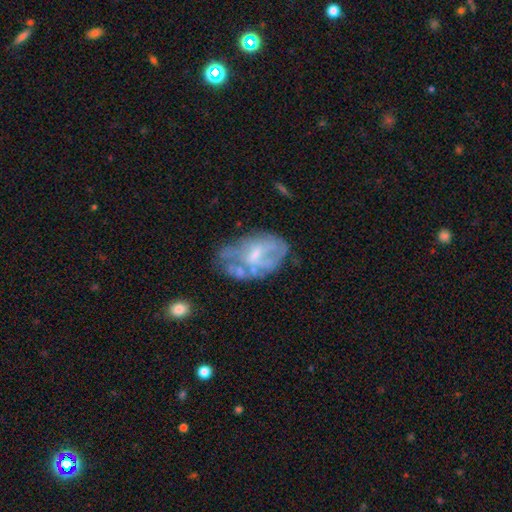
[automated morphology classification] type=featured or disk (64%); edge-on=no (96%); bar=no (48%); spiral arms=no (59%); bulge=small (47%); merging=none (40%).